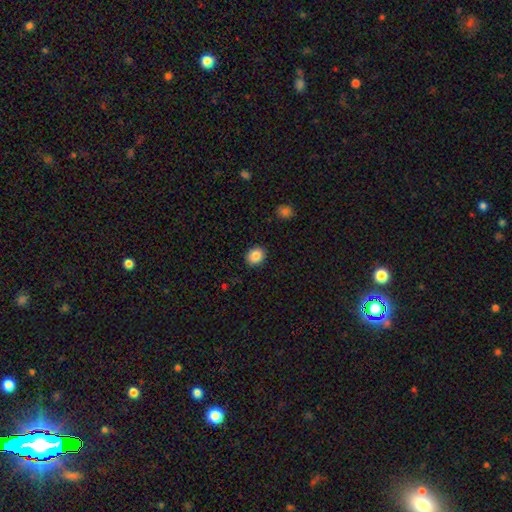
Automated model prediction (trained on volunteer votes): Smooth or featured? smooth (86%)
How rounded? round (73%)
Merging? none (91%)